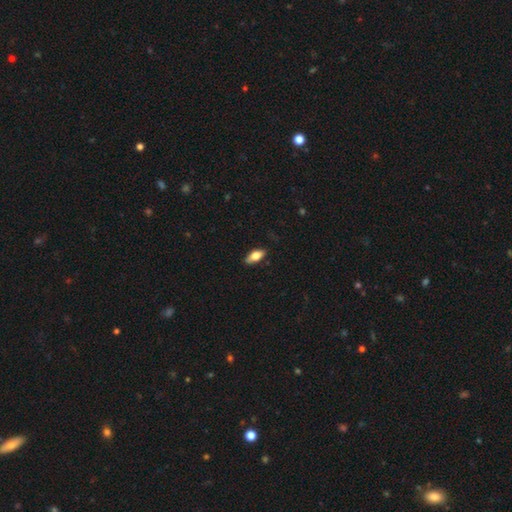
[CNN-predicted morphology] Smooth or featured? smooth (72%)
How rounded? in between (83%)
Merging? none (85%)